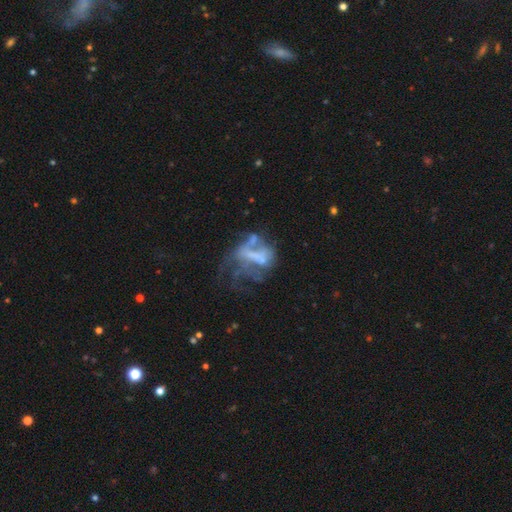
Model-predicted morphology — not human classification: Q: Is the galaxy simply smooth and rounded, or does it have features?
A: featured or disk — 61%.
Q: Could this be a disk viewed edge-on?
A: no — 97%.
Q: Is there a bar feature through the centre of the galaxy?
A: no — 70%.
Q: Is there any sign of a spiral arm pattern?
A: no — 80%.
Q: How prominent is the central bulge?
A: none — 62%.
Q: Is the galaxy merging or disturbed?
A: major disturbance — 46%.